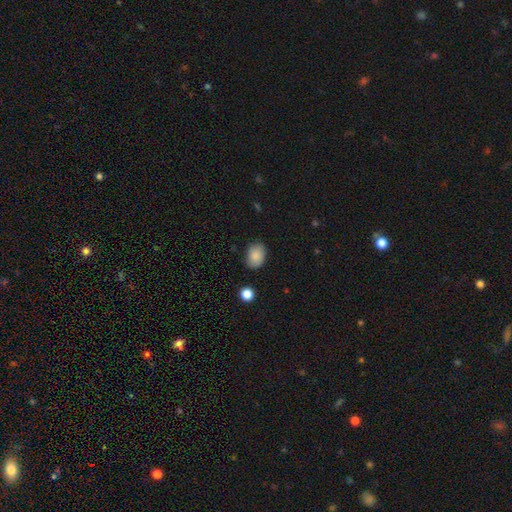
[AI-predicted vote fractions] Smooth or featured? smooth (88%)
How rounded? in between (79%)
Merging? none (82%)